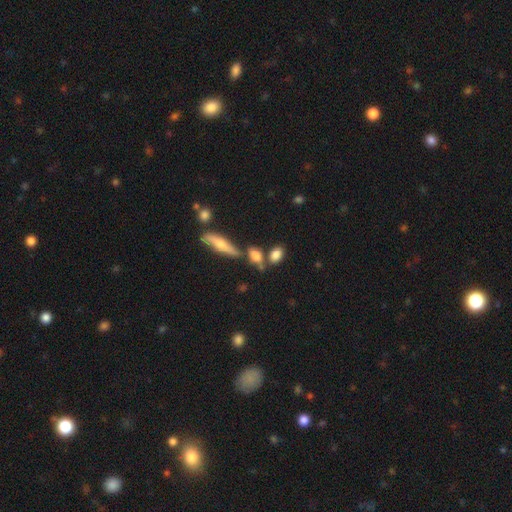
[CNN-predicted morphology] This is likely a smooth galaxy (78%). How rounded: likely in between (77%). Merging: possibly none (53%).